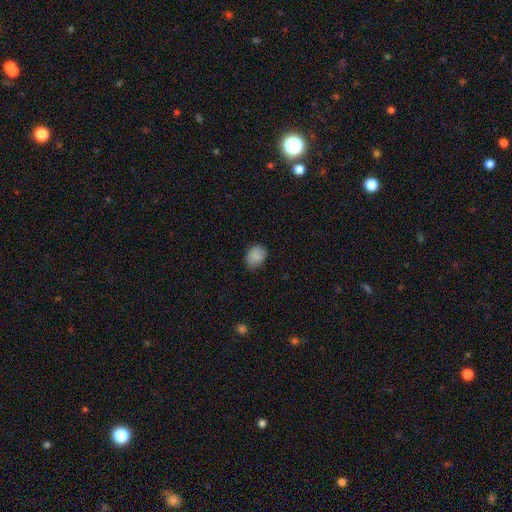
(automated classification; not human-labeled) This appears to be a smooth galaxy with no disk features (85%) that is round (53%). Merging: none (71%).